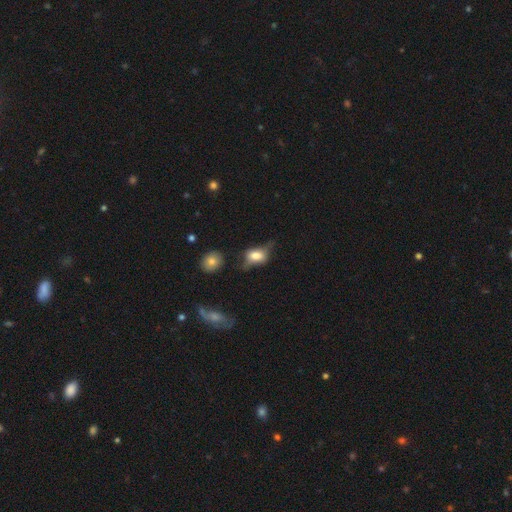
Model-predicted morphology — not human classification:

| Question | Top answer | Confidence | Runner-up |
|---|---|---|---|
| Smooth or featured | smooth | 57% | featured or disk (34%) |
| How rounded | in between | 78% | round (18%) |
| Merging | none | 43% | minor disturbance (30%) |